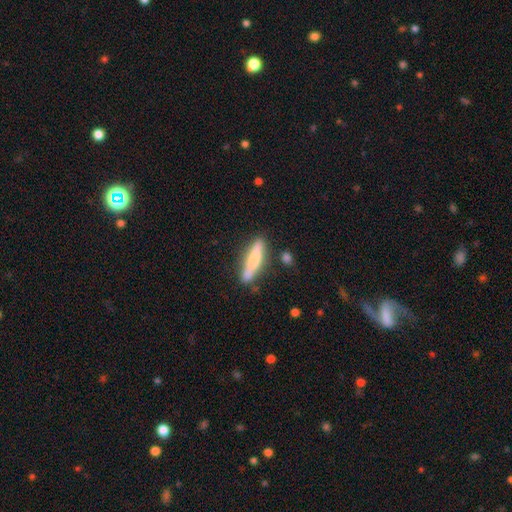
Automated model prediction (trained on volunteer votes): A smooth galaxy with no disk features (65%) that is cigar-shaped (83%). Merging: none (75%).